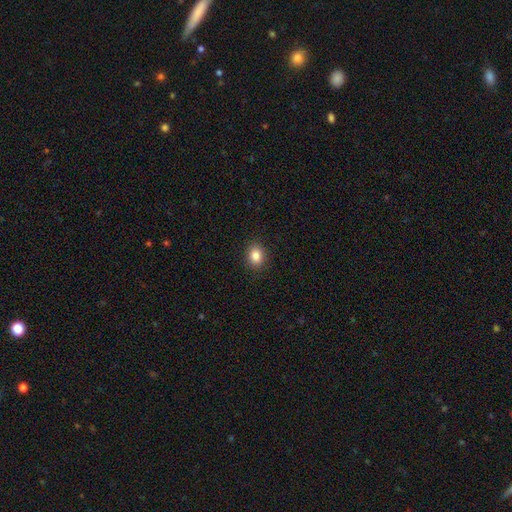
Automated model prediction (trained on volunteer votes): smooth_or_featured: smooth (p=0.85) [alt: star or artifact p=0.10]
how_rounded: round (p=0.50) [alt: in between p=0.49]
merging: none (p=0.89) [alt: minor disturbance p=0.08]